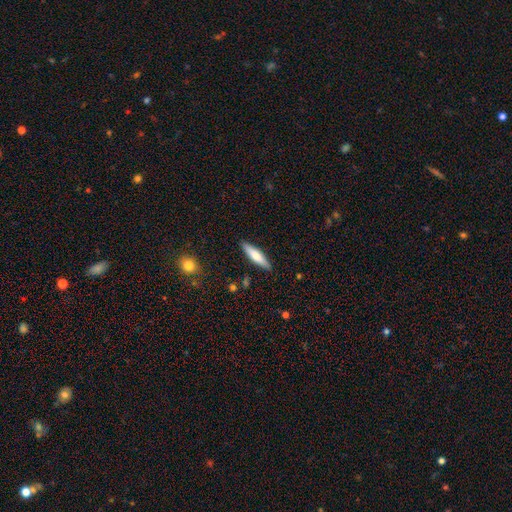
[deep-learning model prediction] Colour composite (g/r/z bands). It shows a smooth galaxy with no disk features (63%) that is cigar-shaped (76%). Merging: none (89%).